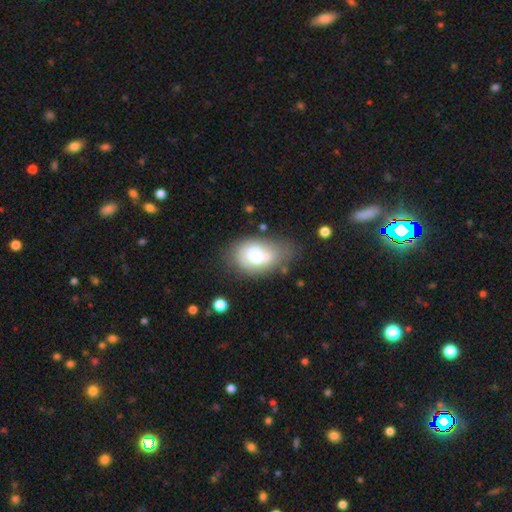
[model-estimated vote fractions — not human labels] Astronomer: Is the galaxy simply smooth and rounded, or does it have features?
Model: smooth — 57% (runner-up: featured or disk, 34%).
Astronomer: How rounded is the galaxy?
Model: in between — 83%.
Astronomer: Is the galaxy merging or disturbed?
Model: none — 37% (runner-up: minor disturbance, 31%).